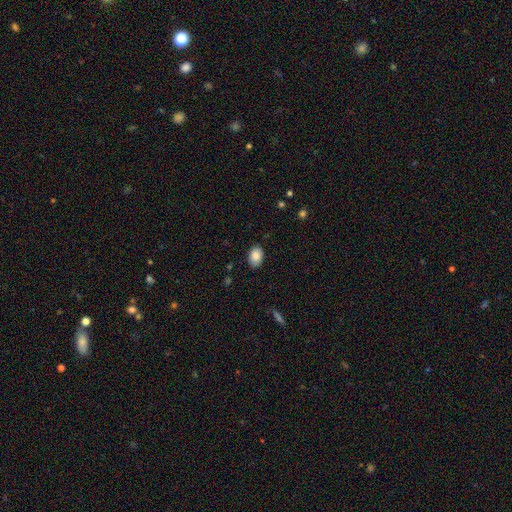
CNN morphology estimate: A smooth galaxy with no disk features (87%) that is in between round and cigar-shaped (81%).

Vote fractions:
- Smooth or featured? smooth: 87% / star or artifact: 7% / featured or disk: 5%
- How rounded? in between: 81% / round: 18% / cigar-shaped: 1%
- Merging? none: 86% / minor disturbance: 11% / major disturbance: 2% / merger: 1%